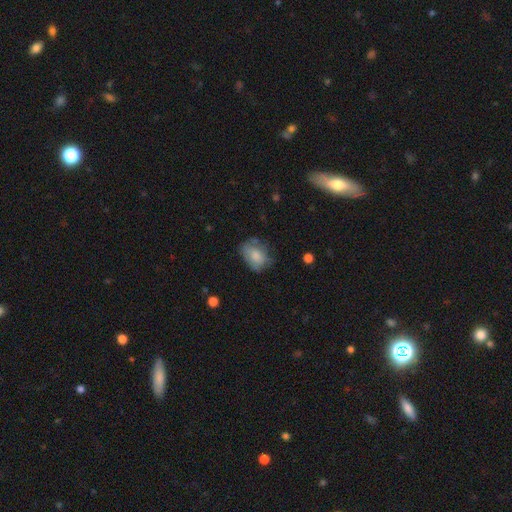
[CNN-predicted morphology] A smooth galaxy with no disk features (74%) that is in between round and cigar-shaped (69%).

Vote fractions:
- Smooth or featured? smooth: 74% / featured or disk: 18% / star or artifact: 8%
- How rounded? in between: 69% / round: 30% / cigar-shaped: 1%
- Merging? none: 54% / minor disturbance: 31% / major disturbance: 13% / merger: 2%